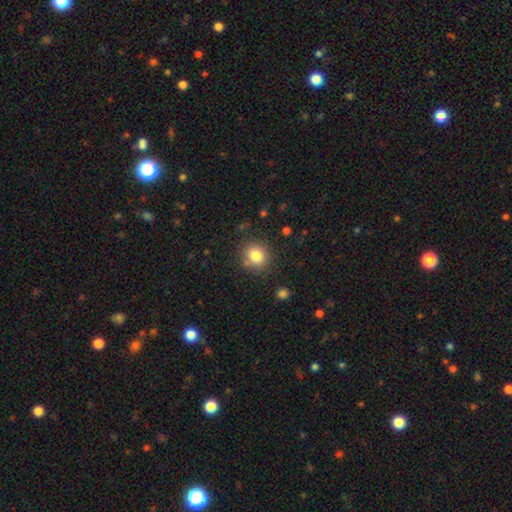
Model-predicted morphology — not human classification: This appears to be a smooth galaxy with no disk features (82%) that is round (82%). Merging: none (83%).